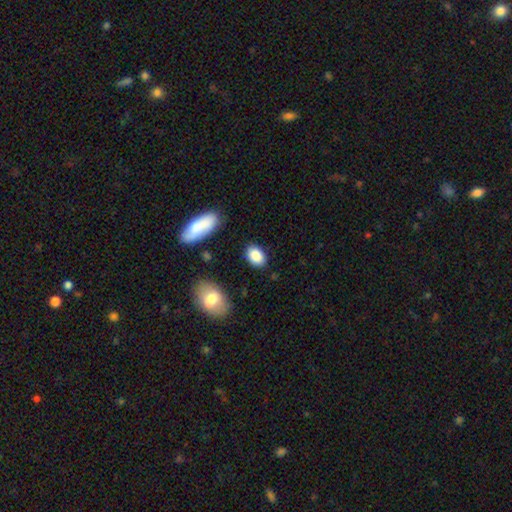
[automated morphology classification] smooth_or_featured: smooth (p=0.87) [alt: star or artifact p=0.07]
how_rounded: in between (p=0.84) [alt: round p=0.14]
merging: none (p=0.82) [alt: minor disturbance p=0.12]